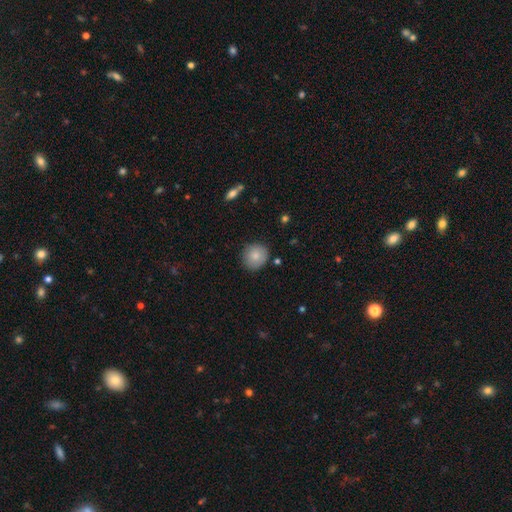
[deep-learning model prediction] This is clearly a smooth galaxy (83%). How rounded: clearly round (89%). Merging: clearly none (85%).